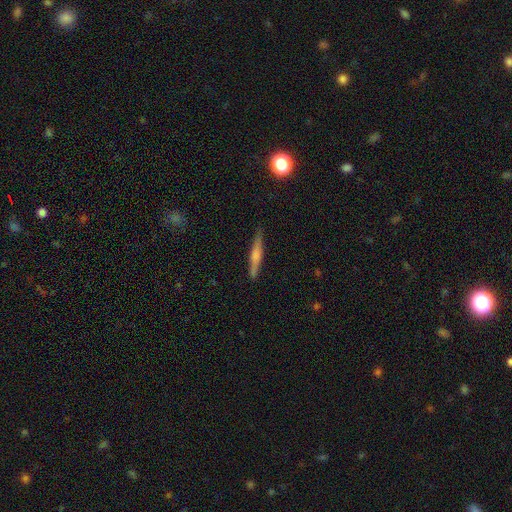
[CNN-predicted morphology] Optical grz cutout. It shows a featured or disk galaxy (53%) viewed edge-on (97%) with a rounded central bulge (64%). Merging: none (88%).